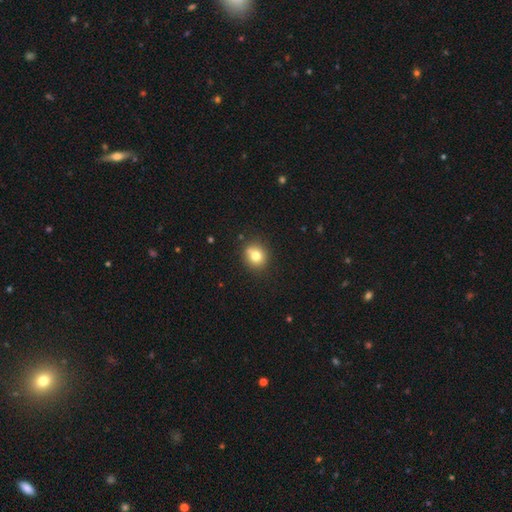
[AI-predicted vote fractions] Q: Smooth or featured?
A: smooth (77%); runner-up: star or artifact (12%)
Q: How rounded?
A: round (83%); runner-up: in between (16%)
Q: Merging?
A: none (81%); runner-up: minor disturbance (12%)